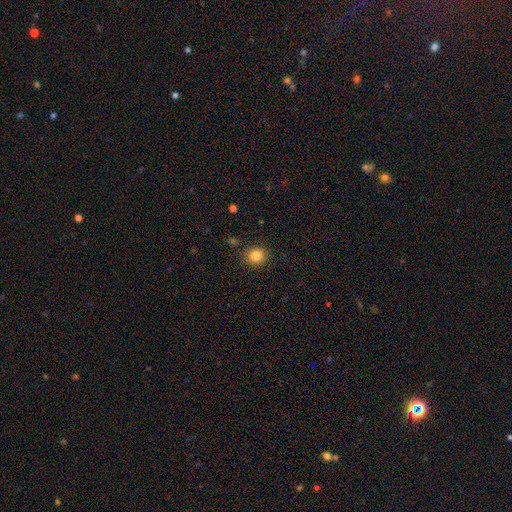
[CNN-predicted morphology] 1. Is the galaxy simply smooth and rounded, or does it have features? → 84% smooth, 11% star or artifact, 5% featured or disk.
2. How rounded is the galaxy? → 80% round, 19% in between, 1% cigar-shaped.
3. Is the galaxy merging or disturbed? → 87% none, 9% minor disturbance, 3% major disturbance, 2% merger.